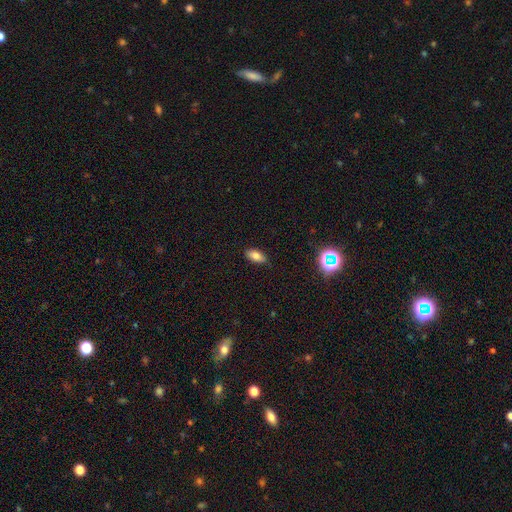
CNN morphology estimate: Smooth or featured? smooth (81%)
How rounded? in between (90%)
Merging? none (80%)